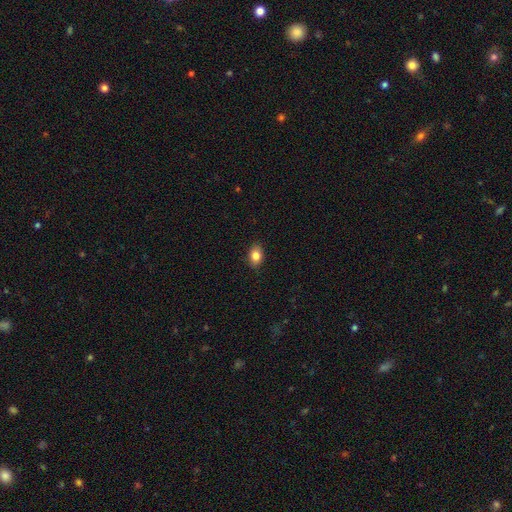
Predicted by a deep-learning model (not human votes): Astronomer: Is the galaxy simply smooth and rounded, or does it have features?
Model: smooth — 84%.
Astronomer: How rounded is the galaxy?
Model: in between — 82%.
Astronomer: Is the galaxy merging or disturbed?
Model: none — 89%.